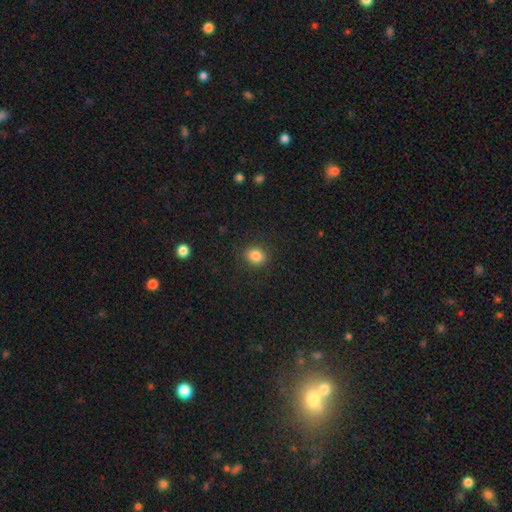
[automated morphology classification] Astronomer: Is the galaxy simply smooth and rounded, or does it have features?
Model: smooth — 84%.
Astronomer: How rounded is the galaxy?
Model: round — 62%.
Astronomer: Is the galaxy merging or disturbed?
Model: none — 88%.